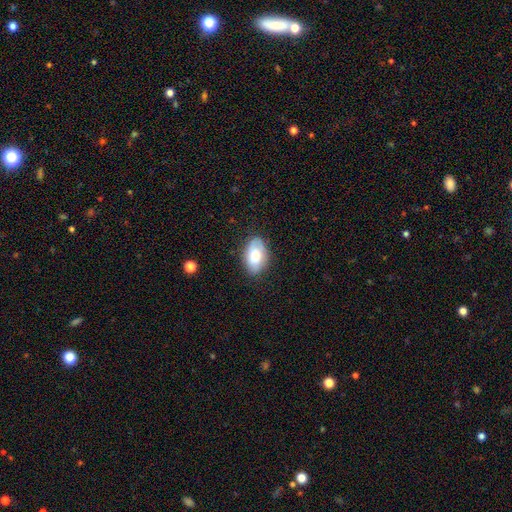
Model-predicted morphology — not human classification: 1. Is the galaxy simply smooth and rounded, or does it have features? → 68% smooth, 24% featured or disk, 7% star or artifact.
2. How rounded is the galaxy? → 91% in between, 7% round, 2% cigar-shaped.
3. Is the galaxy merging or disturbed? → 78% none, 17% minor disturbance, 4% major disturbance, 1% merger.